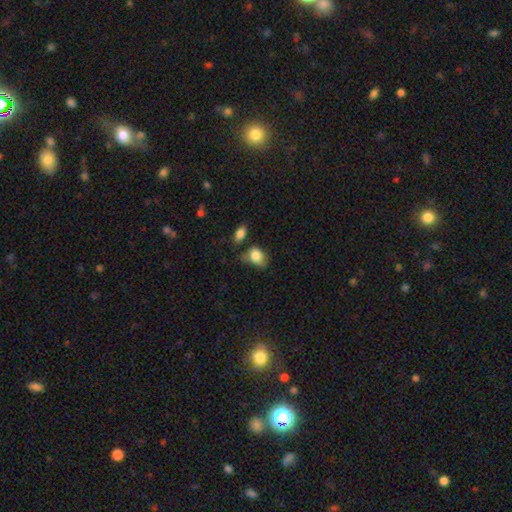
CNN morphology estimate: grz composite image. It shows a smooth galaxy with no disk features (83%) that is in between round and cigar-shaped (74%). Merging: none (42%).